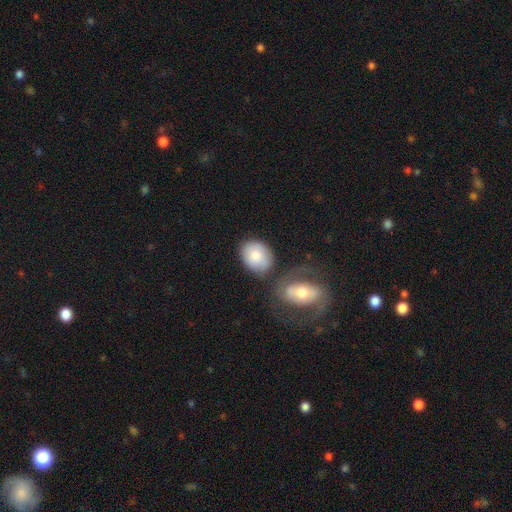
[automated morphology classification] Smooth or featured: smooth — 80% (featured or disk — 14%)
How rounded: in between — 54% (round — 45%)
Merging: none — 60% (merger — 18%)